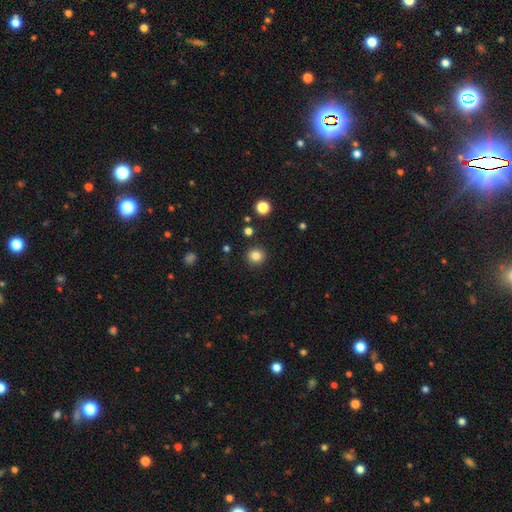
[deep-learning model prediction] This is clearly a smooth galaxy (83%). How rounded: clearly round (92%). Merging: clearly none (91%).